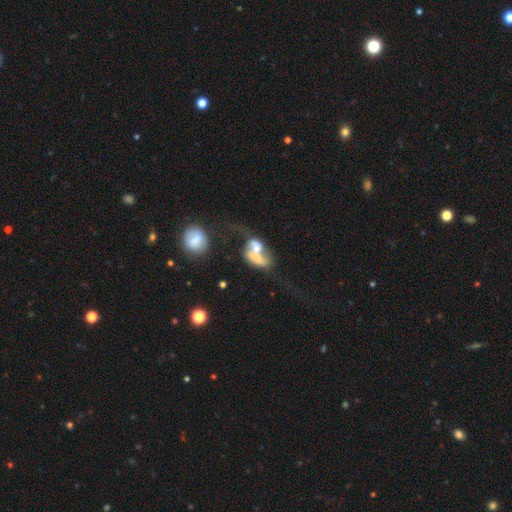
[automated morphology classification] Smooth or featured?
  - featured or disk: 52% *
  - smooth: 39%
  - star or artifact: 10%
Edge-on disk?
  - no: 94% *
  - yes: 6%
Merging?
  - merger: 60% *
  - major disturbance: 20%
  - none: 12%
  - minor disturbance: 8%